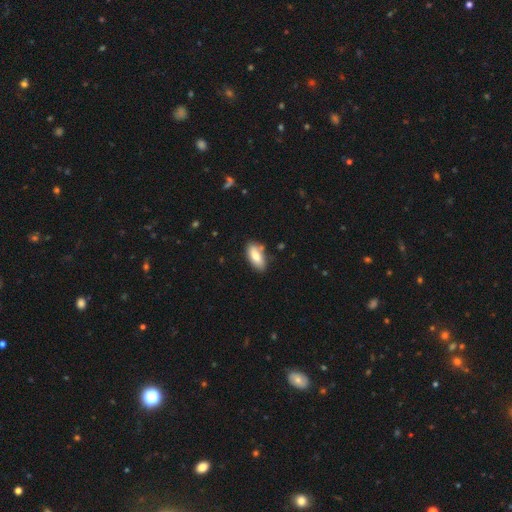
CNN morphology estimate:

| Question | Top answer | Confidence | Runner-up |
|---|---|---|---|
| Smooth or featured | smooth | 77% | featured or disk (16%) |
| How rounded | in between | 86% | cigar-shaped (11%) |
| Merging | none | 74% | minor disturbance (17%) |